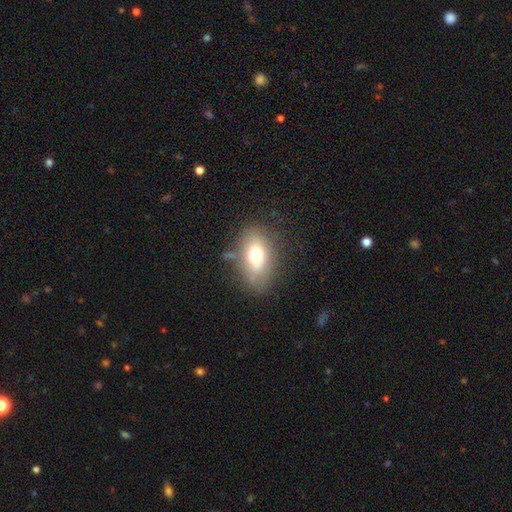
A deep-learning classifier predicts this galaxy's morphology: smooth-or-featured: smooth: 67% | featured or disk: 22% | star or artifact: 11%
  how-rounded: in between: 79% | round: 18% | cigar-shaped: 3%
  merging: none: 69% | minor disturbance: 19% | major disturbance: 8% | merger: 5%